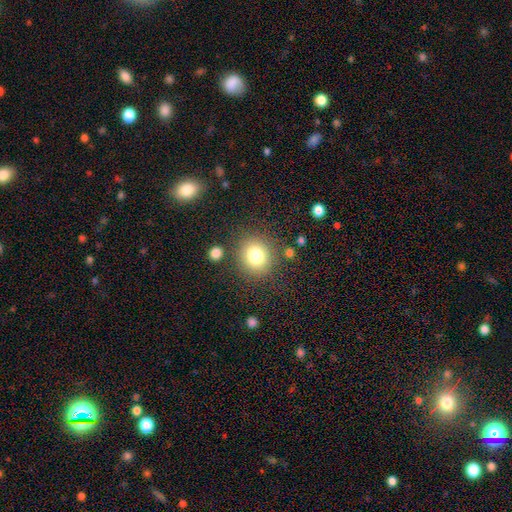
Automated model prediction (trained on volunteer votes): Morphology: type=smooth (80%); roundness=round (85%); merging=none (82%).